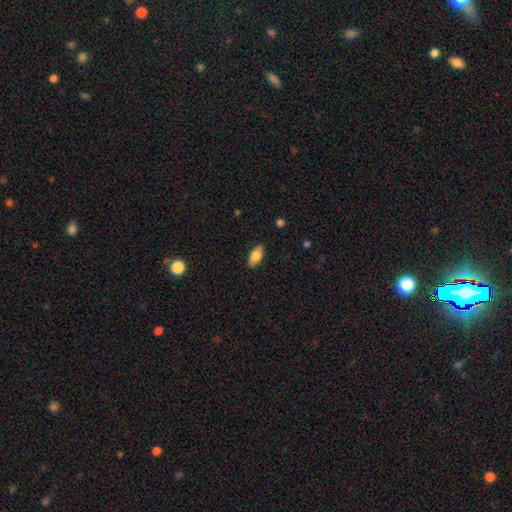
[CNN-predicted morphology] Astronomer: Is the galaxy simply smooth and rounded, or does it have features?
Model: smooth — 81%.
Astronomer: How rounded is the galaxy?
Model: in between — 89%.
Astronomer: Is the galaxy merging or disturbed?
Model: none — 87%.